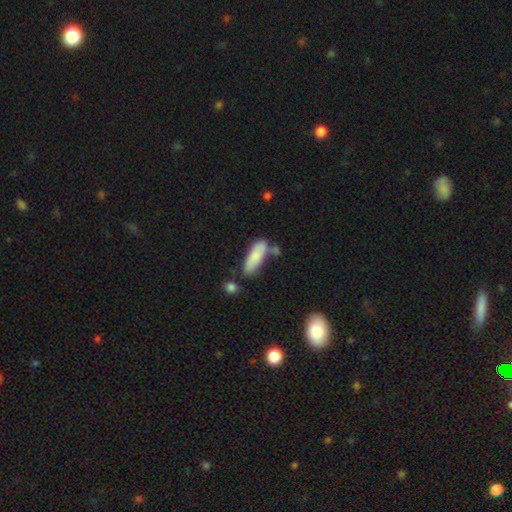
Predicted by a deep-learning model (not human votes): Smooth or featured: smooth — 81% (featured or disk — 12%)
How rounded: in between — 59% (cigar-shaped — 40%)
Merging: none — 53% (minor disturbance — 23%)